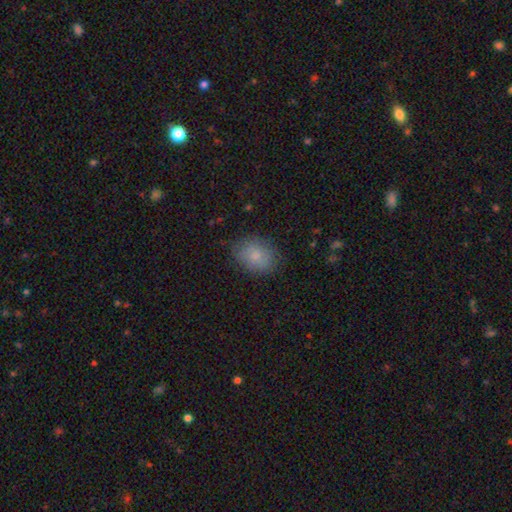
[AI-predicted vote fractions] A smooth galaxy with no disk features (77%) that is in between round and cigar-shaped (64%).

Vote fractions:
- Smooth or featured? smooth: 77% / featured or disk: 15% / star or artifact: 8%
- How rounded? in between: 64% / round: 35% / cigar-shaped: 1%
- Merging? none: 77% / minor disturbance: 17% / major disturbance: 5% / merger: 1%